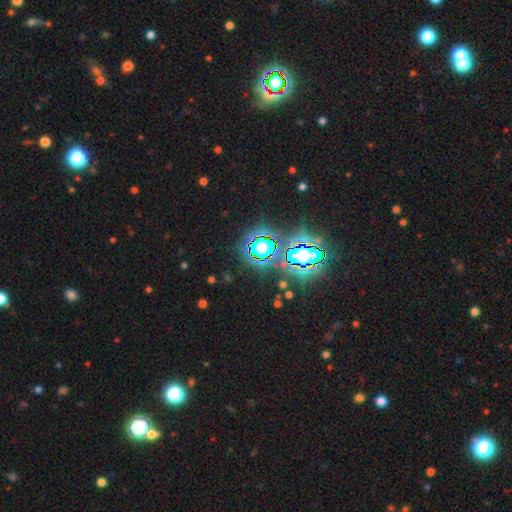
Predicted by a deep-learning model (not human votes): The model was most divided on "smooth or featured": star or artifact: 82%, smooth: 10%, featured or disk: 8%.